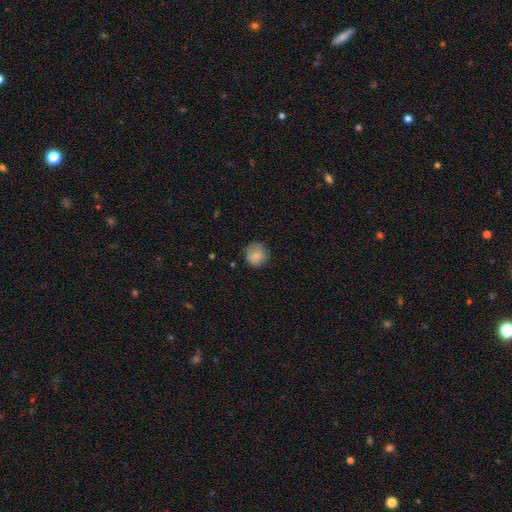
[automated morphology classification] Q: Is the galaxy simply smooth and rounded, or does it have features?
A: smooth — 82%.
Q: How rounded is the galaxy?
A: round — 91%.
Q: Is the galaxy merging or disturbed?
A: none — 79%.